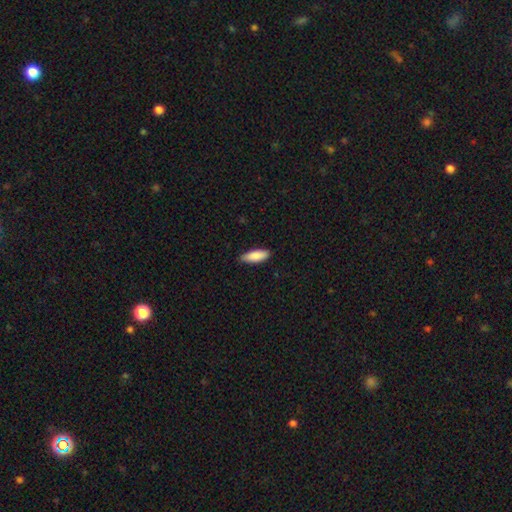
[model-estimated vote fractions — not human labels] Smooth or featured?
  - smooth: 88% *
  - featured or disk: 7%
  - star or artifact: 6%
How rounded?
  - in between: 65% *
  - cigar-shaped: 33%
  - round: 2%
Merging?
  - none: 83% *
  - minor disturbance: 14%
  - major disturbance: 2%
  - merger: 1%